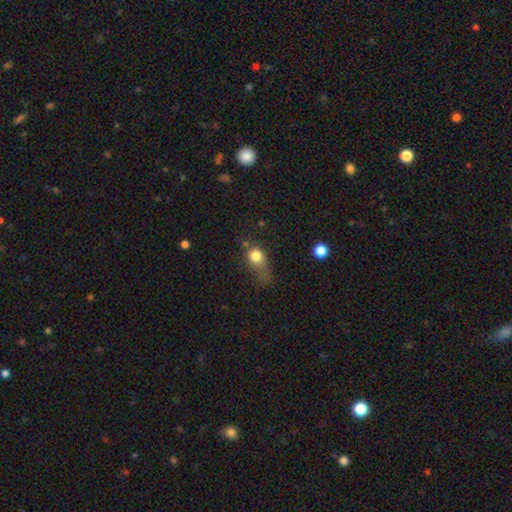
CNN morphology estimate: Smooth or featured?
  - smooth: 79% *
  - star or artifact: 11%
  - featured or disk: 10%
How rounded?
  - round: 62% *
  - in between: 35%
  - cigar-shaped: 3%
Merging?
  - major disturbance: 33% *
  - none: 30%
  - minor disturbance: 30%
  - merger: 7%